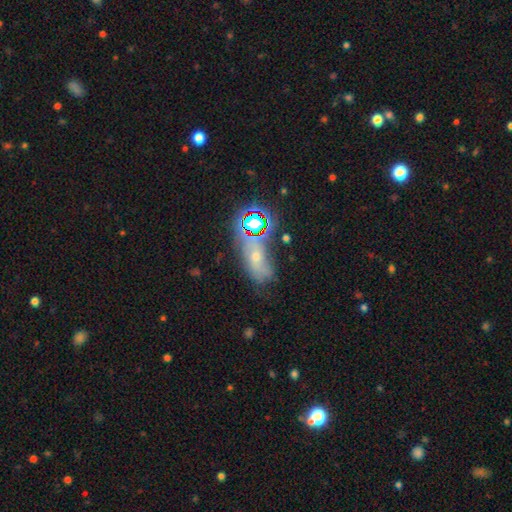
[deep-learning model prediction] Overall: star or artifact (38%; featured or disk 32%).